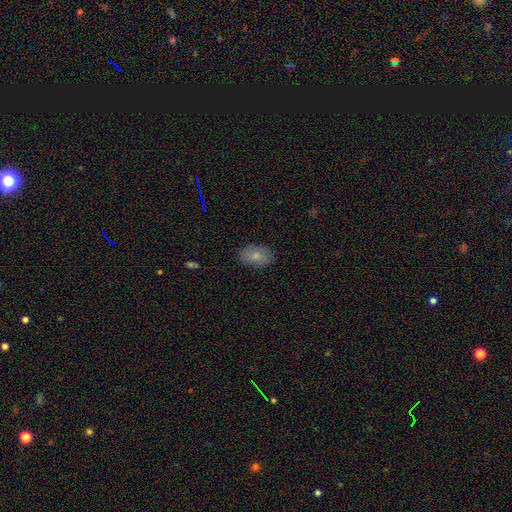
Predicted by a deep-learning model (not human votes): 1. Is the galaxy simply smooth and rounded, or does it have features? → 81% smooth, 11% featured or disk, 8% star or artifact.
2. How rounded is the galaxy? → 90% in between, 8% round, 2% cigar-shaped.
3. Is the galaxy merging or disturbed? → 86% none, 11% minor disturbance, 2% major disturbance, 1% merger.